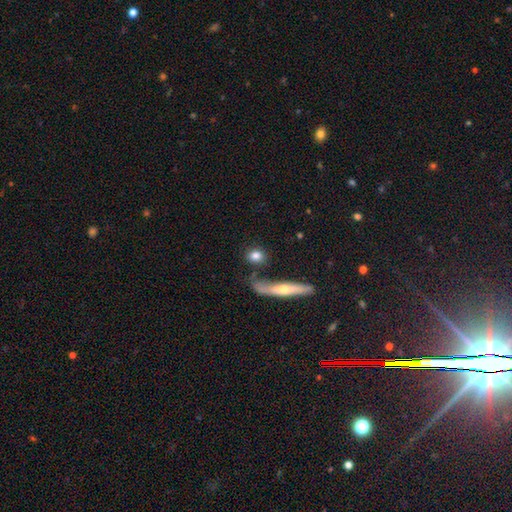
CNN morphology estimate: smooth-or-featured: smooth: 78% | featured or disk: 14% | star or artifact: 8%
  how-rounded: round: 59% | in between: 32% | cigar-shaped: 9%
  merging: none: 75% | minor disturbance: 12% | merger: 9% | major disturbance: 4%